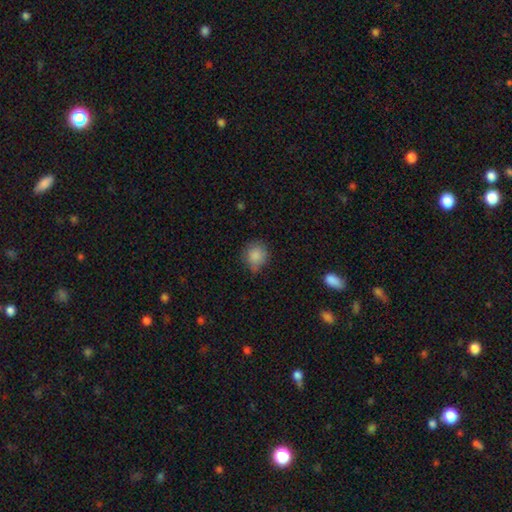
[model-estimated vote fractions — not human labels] A smooth galaxy with no disk features (85%) that is round (81%).

Vote fractions:
- Smooth or featured? smooth: 85% / star or artifact: 9% / featured or disk: 6%
- How rounded? round: 81% / in between: 18% / cigar-shaped: 1%
- Merging? none: 66% / minor disturbance: 27% / major disturbance: 5% / merger: 2%